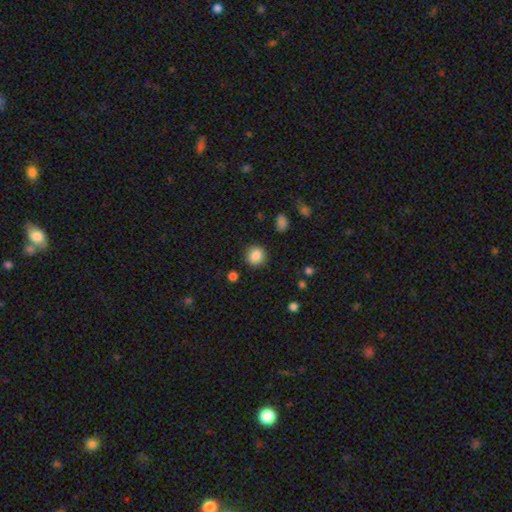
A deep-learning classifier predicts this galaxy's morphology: smooth_or_featured: smooth (p=0.86) [alt: star or artifact p=0.09]
how_rounded: round (p=0.90) [alt: in between p=0.09]
merging: none (p=0.91) [alt: minor disturbance p=0.06]